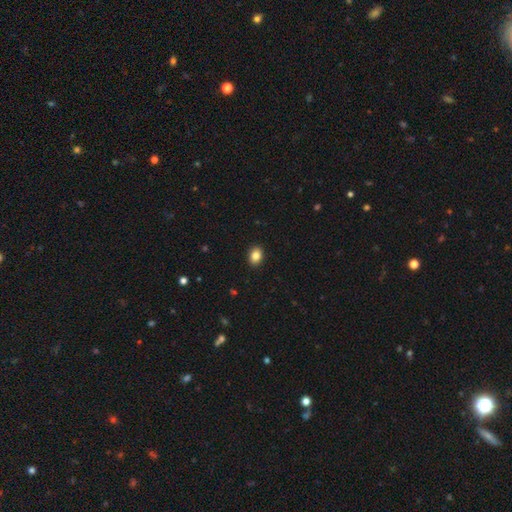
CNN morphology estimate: Smooth or featured: smooth — 86% (star or artifact — 9%)
How rounded: in between — 67% (round — 32%)
Merging: none — 91% (minor disturbance — 6%)